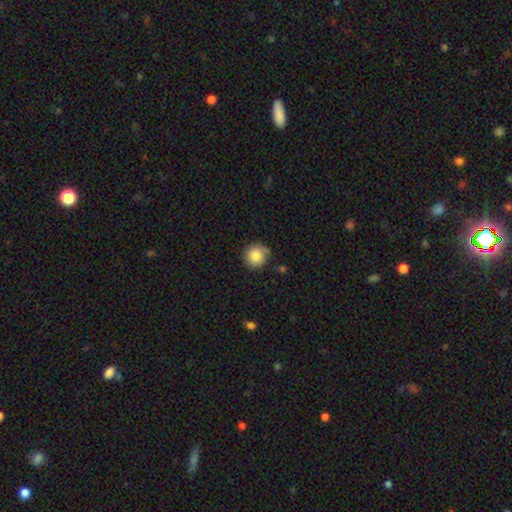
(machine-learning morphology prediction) Smooth or featured? Predicted: smooth (p=0.85). How rounded? Predicted: round (p=0.92). Merging? Predicted: none (p=0.77).